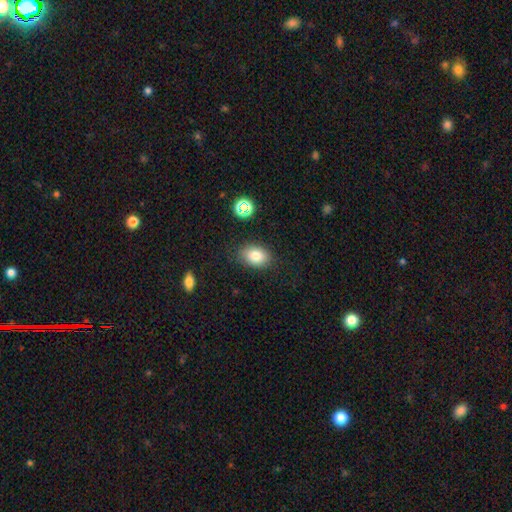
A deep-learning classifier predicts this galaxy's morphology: A smooth galaxy with no disk features (81%) that is in between round and cigar-shaped (76%).

Vote fractions:
- Smooth or featured? smooth: 81% / star or artifact: 11% / featured or disk: 8%
- How rounded? in between: 76% / round: 23% / cigar-shaped: 1%
- Merging? none: 83% / minor disturbance: 12% / major disturbance: 3% / merger: 2%